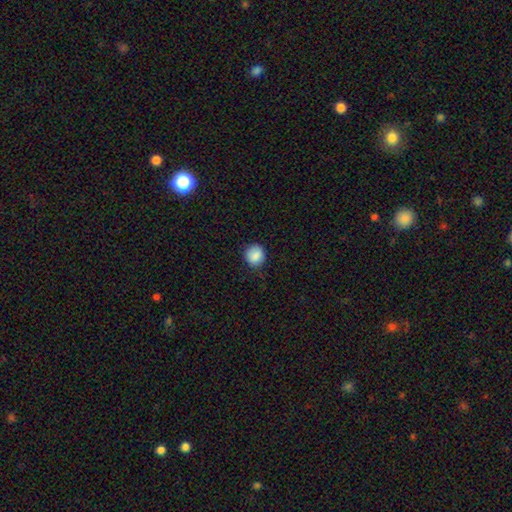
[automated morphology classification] type=smooth (87%); roundness=round (88%); merging=none (84%).